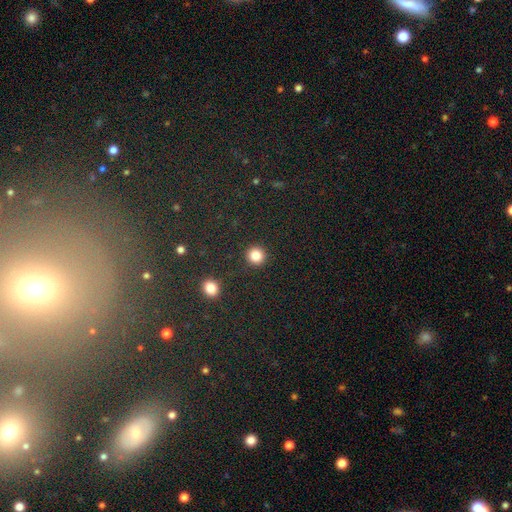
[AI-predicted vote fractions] Q: Smooth or featured?
A: smooth (85%); runner-up: star or artifact (11%)
Q: How rounded?
A: round (93%); runner-up: in between (6%)
Q: Merging?
A: none (91%); runner-up: minor disturbance (5%)